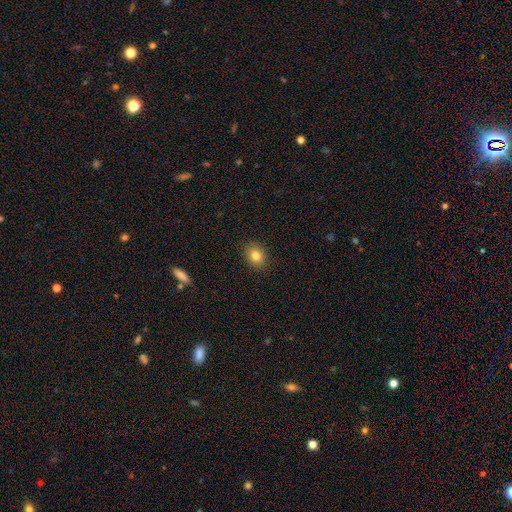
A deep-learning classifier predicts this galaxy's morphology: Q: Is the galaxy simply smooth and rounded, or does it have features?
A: smooth — 82%.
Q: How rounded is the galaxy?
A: round — 56%.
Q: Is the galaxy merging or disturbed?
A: none — 89%.